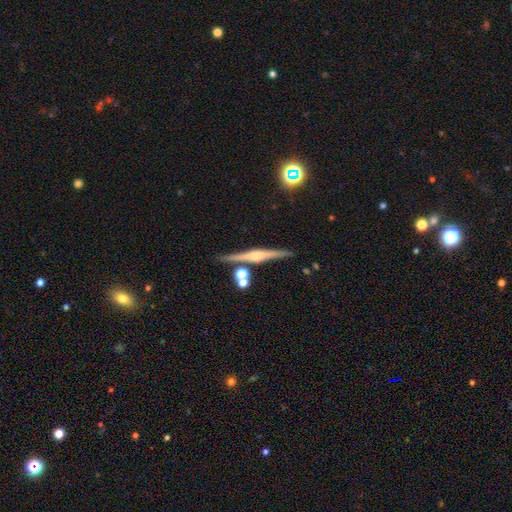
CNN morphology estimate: Smooth or featured?
  - featured or disk: 77% *
  - smooth: 15%
  - star or artifact: 8%
Edge-on disk?
  - yes: 98% *
  - no: 2%
Edge-on bulge?
  - rounded: 75% *
  - boxy: 18%
  - none: 8%
Merging?
  - none: 85% *
  - minor disturbance: 8%
  - merger: 5%
  - major disturbance: 2%